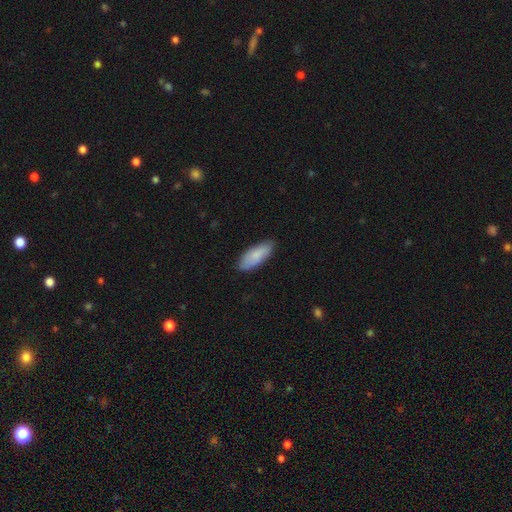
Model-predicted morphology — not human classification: smooth 84%, featured or disk 11%, star or artifact 5%. Down the decision tree: how rounded — in between (77%); merging — none (83%).